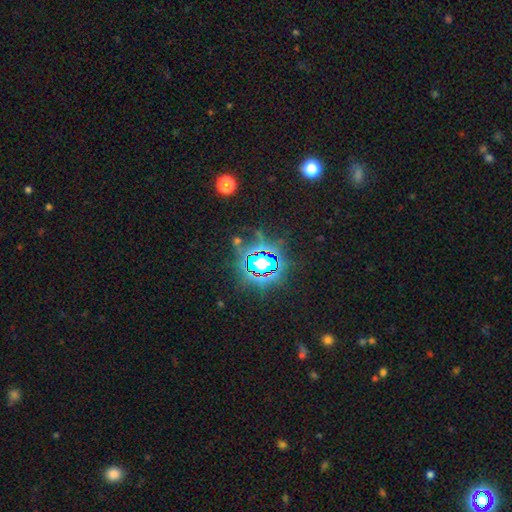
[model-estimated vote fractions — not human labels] smooth_or_featured: star or artifact (p=0.83) [alt: smooth p=0.10]